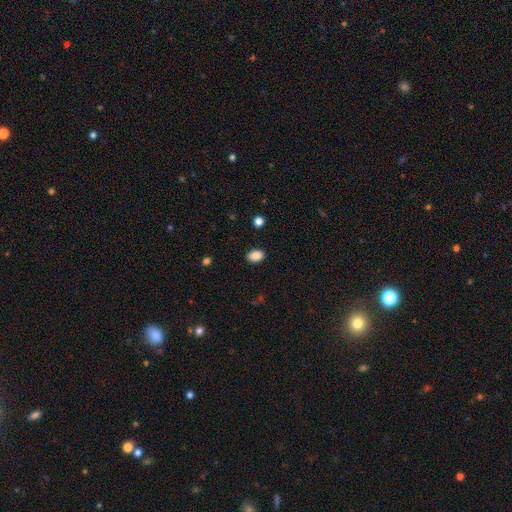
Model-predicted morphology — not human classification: smooth 88%, star or artifact 8%, featured or disk 4%. Down the decision tree: how rounded — in between (86%); merging — none (88%).